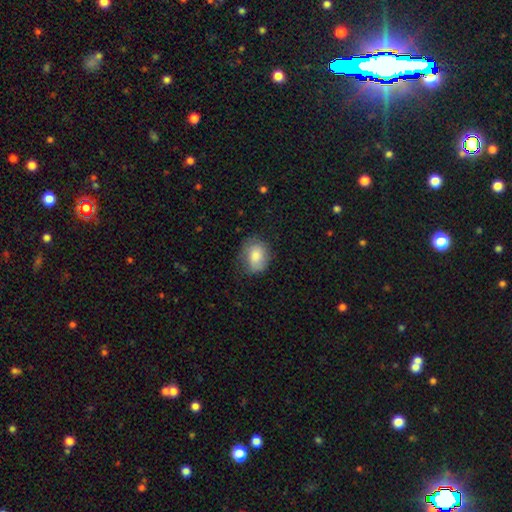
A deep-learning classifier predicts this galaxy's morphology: smooth_or_featured: smooth (p=0.80) [alt: featured or disk p=0.12]
how_rounded: in between (p=0.64) [alt: round p=0.35]
merging: none (p=0.65) [alt: minor disturbance p=0.26]